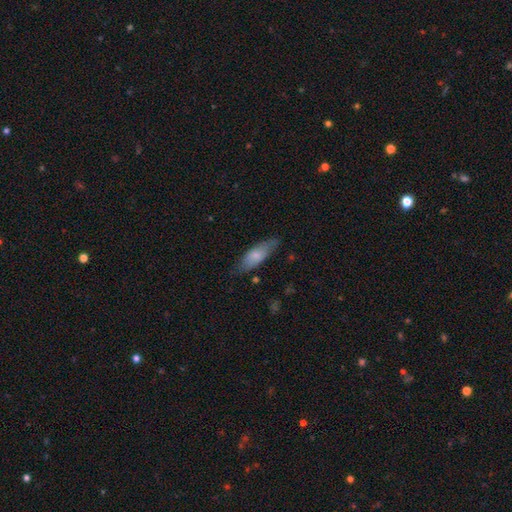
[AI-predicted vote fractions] This is likely a smooth galaxy (70%). How rounded: likely in between (66%). Merging: likely none (70%).